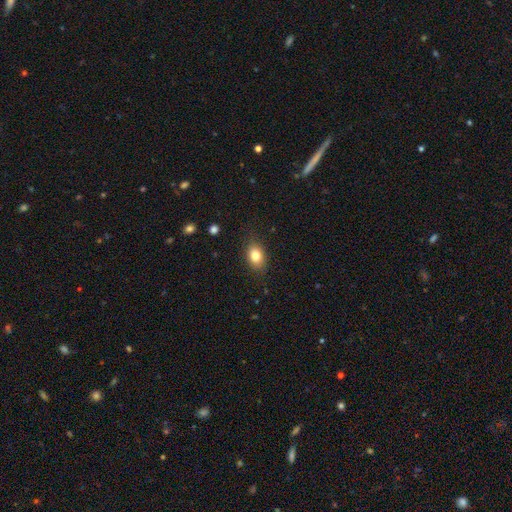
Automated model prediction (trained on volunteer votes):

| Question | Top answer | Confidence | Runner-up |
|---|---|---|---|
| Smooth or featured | smooth | 81% | featured or disk (10%) |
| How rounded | in between | 76% | round (23%) |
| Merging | none | 83% | minor disturbance (13%) |